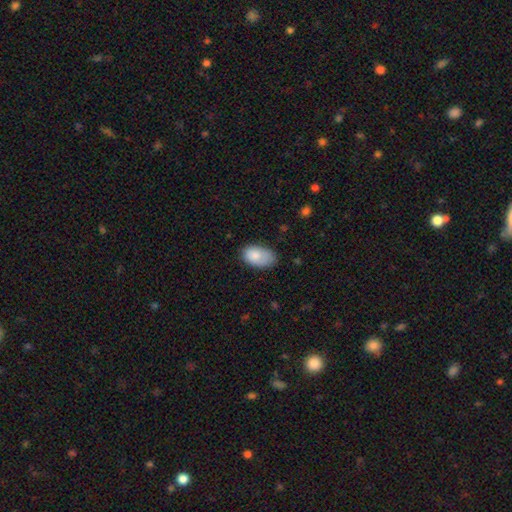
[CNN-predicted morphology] Smooth or featured: smooth — 83% (featured or disk — 10%)
How rounded: in between — 93% (round — 6%)
Merging: none — 59% (minor disturbance — 31%)